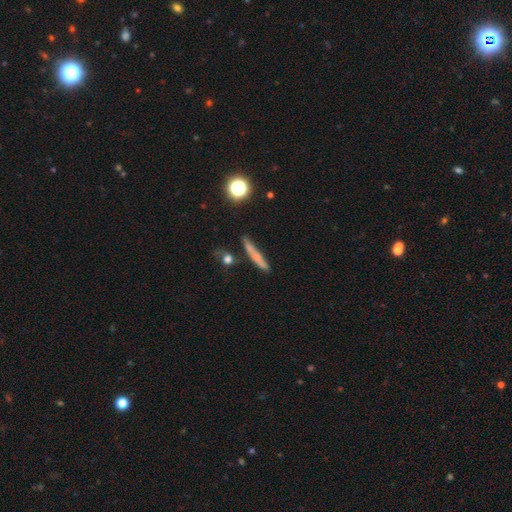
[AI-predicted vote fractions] Smooth or featured? Predicted: smooth (p=0.59). How rounded? Predicted: cigar-shaped (p=0.90). Merging? Predicted: none (p=0.75).